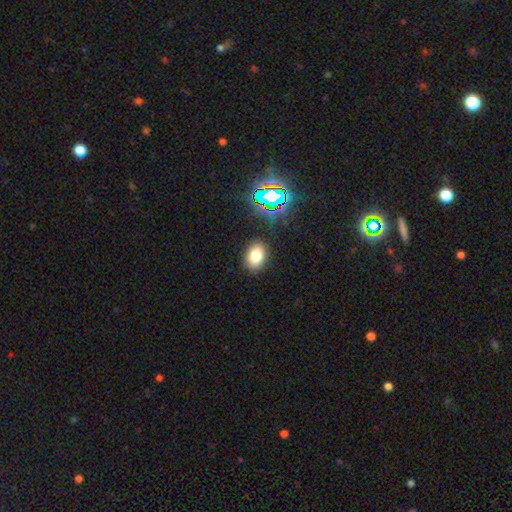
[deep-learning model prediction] Overall: smooth (75%). How rounded: in between (73%). Merging: none (88%).